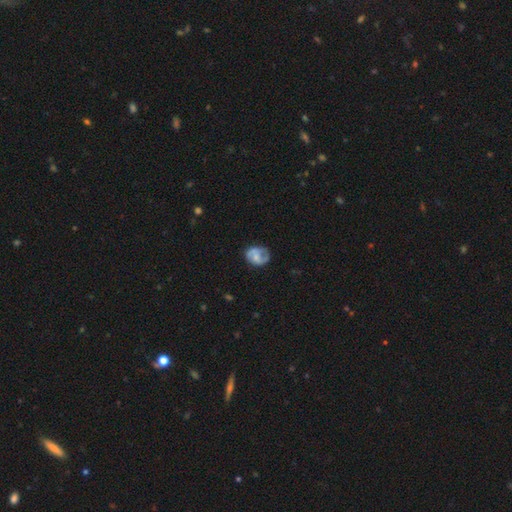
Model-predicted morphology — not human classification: Smooth or featured? featured or disk (54%)
Edge-on disk? no (97%)
Bar? no (57%)
Spiral arms? yes (71%)
Bulge size? small (40%)
Merging? none (59%)